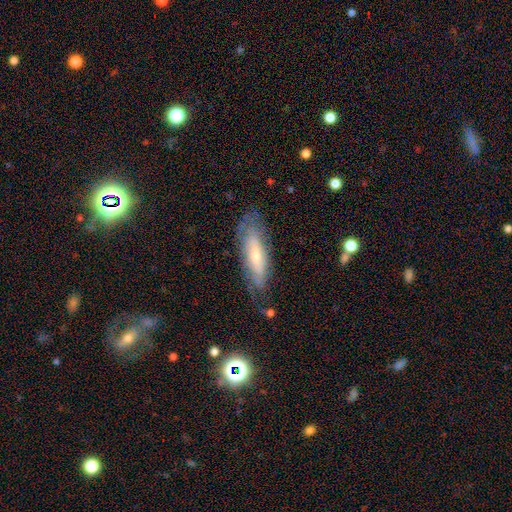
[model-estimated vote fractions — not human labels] Overall: featured or disk (55%; smooth 39%). Edge-on disk: no (66%; yes 34%). Merging: none (70%).